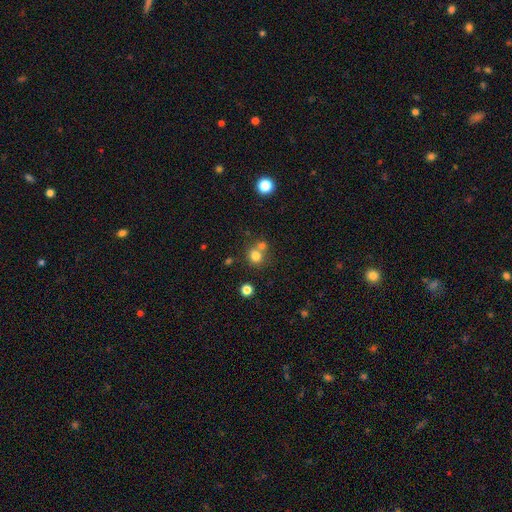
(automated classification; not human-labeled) A smooth galaxy with no disk features (76%) that is round (84%). Merging: none (55%).